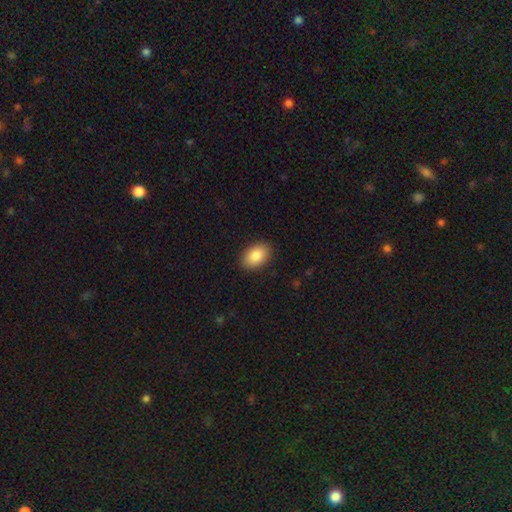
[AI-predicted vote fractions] Overall: smooth (86%). How rounded: in between (87%). Merging: none (89%).